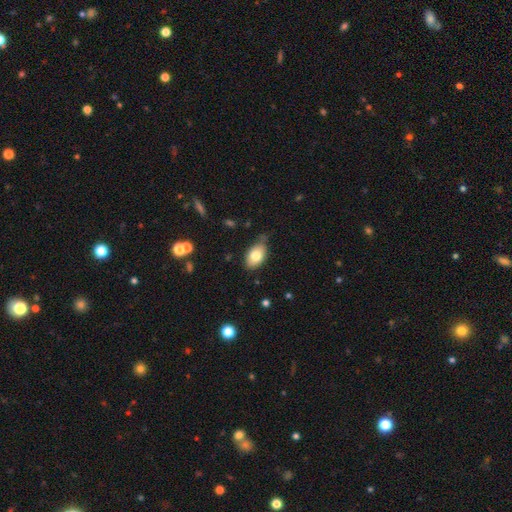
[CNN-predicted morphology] Overall: smooth (79%). How rounded: in between (90%). Merging: none (70%).